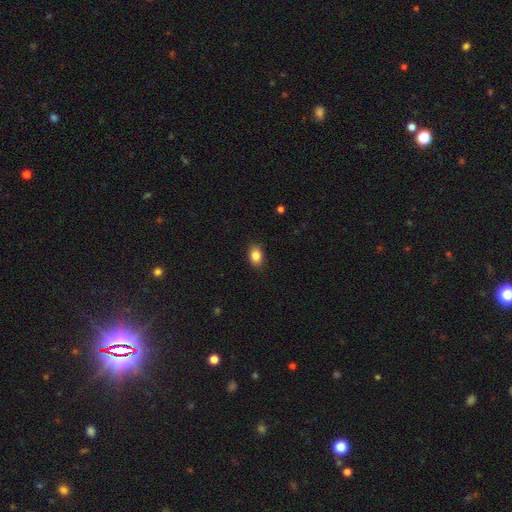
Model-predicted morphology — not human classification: Smooth or featured? smooth (86%)
How rounded? in between (77%)
Merging? none (88%)